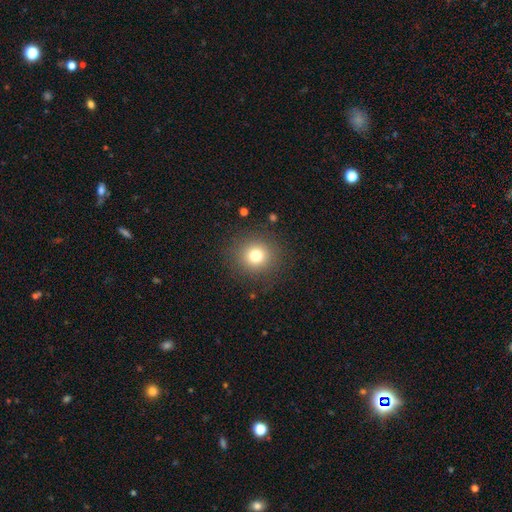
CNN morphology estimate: type=smooth (77%); roundness=round (91%); merging=none (88%).